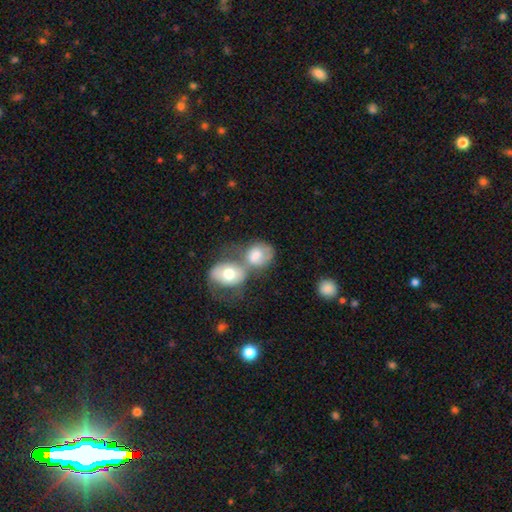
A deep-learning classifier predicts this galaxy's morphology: Smooth or featured? smooth (63%)
How rounded? in between (49%, tied with round)
Merging? merger (62%)